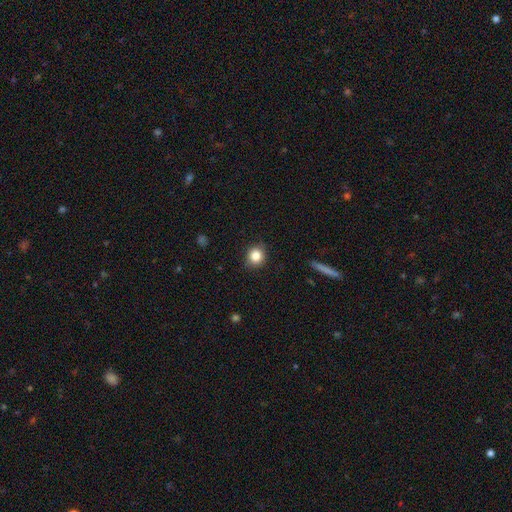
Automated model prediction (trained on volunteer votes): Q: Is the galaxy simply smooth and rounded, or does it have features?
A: smooth — 83%.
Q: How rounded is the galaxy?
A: round — 84%.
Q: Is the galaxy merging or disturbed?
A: none — 86%.